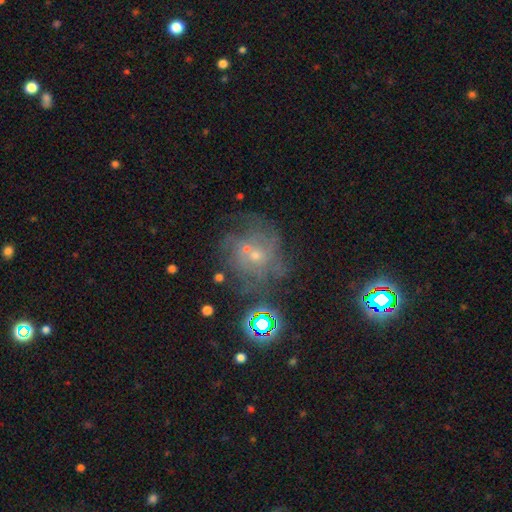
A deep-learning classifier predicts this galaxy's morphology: smooth_or_featured: featured or disk (p=0.53) [alt: star or artifact p=0.24]
disk_edge_on: no (p=0.97) [alt: yes p=0.03]
bar: no (p=0.81) [alt: weak p=0.16]
has_spiral_arms: yes (p=0.66) [alt: no p=0.34]
bulge_size: small (p=0.67) [alt: moderate p=0.25]
merging: none (p=0.46) [alt: merger p=0.20]